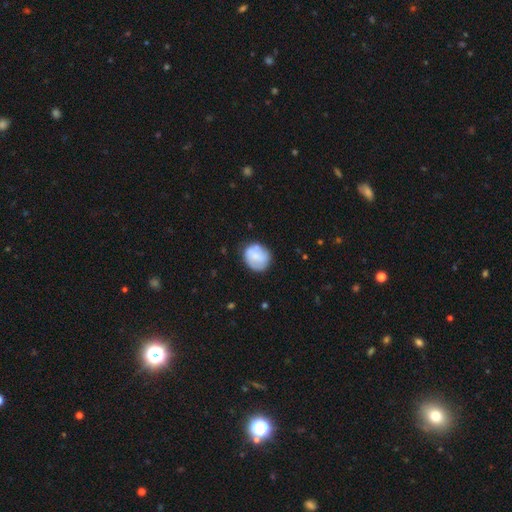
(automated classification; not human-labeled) smooth_or_featured: smooth (p=0.66) [alt: featured or disk p=0.27]
how_rounded: round (p=0.73) [alt: in between p=0.26]
merging: none (p=0.69) [alt: minor disturbance p=0.20]